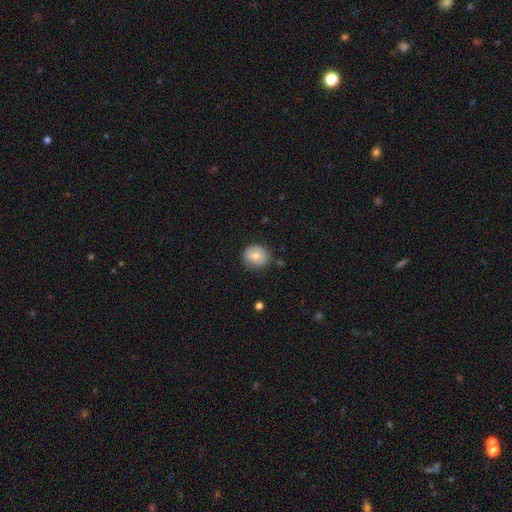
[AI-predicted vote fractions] smooth 65%, featured or disk 27%, star or artifact 8%. Down the decision tree: how rounded — round (75%); merging — none (75%).